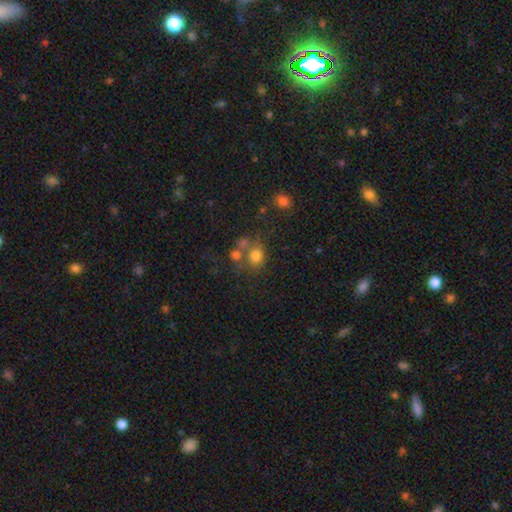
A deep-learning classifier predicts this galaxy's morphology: Smooth or featured? Predicted: smooth (p=0.73). How rounded? Predicted: round (p=0.75). Merging? Predicted: none (p=0.50).